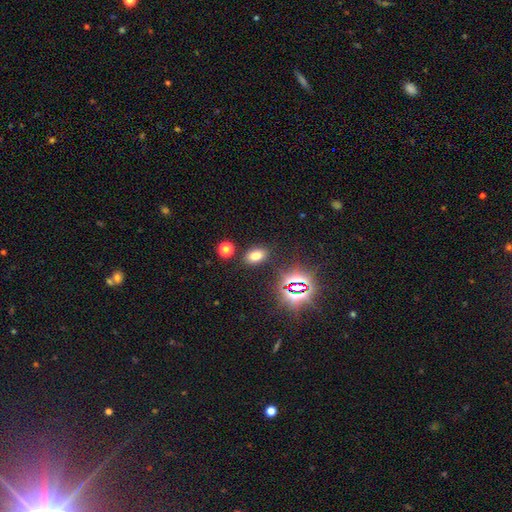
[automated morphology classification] Smooth or featured: smooth — 70% (star or artifact — 23%)
How rounded: in between — 84% (round — 15%)
Merging: none — 85% (minor disturbance — 9%)